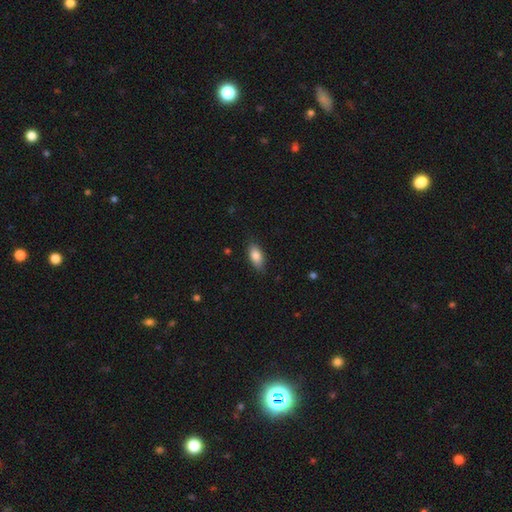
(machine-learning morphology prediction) Smooth or featured? Predicted: smooth (p=0.83). How rounded? Predicted: in between (p=0.88). Merging? Predicted: none (p=0.82).